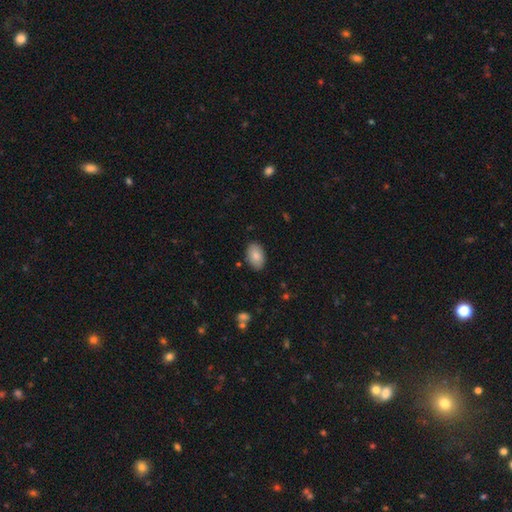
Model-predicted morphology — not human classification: smooth 85%, featured or disk 8%, star or artifact 6%. Down the decision tree: how rounded — in between (92%); merging — none (86%).